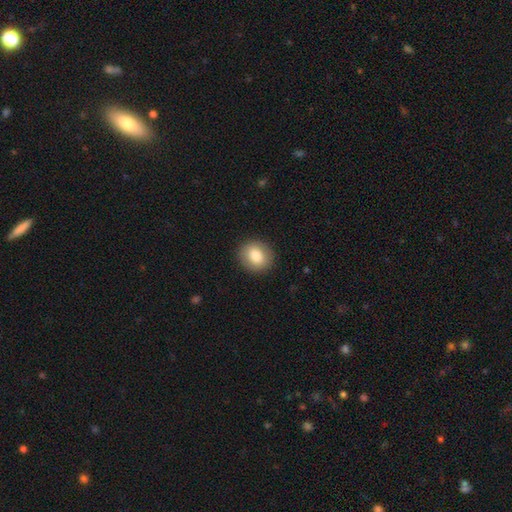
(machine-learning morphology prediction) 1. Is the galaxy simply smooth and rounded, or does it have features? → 83% smooth, 9% featured or disk, 8% star or artifact.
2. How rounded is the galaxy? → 74% round, 25% in between, 1% cigar-shaped.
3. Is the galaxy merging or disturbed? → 90% none, 7% minor disturbance, 2% major disturbance, 1% merger.